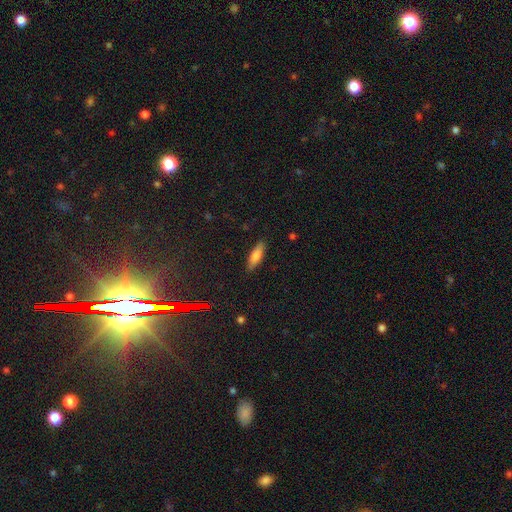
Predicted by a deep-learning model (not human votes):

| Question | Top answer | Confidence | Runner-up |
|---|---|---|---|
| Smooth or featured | smooth | 77% | featured or disk (15%) |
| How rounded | cigar-shaped | 51% | in between (47%) |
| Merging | none | 87% | minor disturbance (10%) |